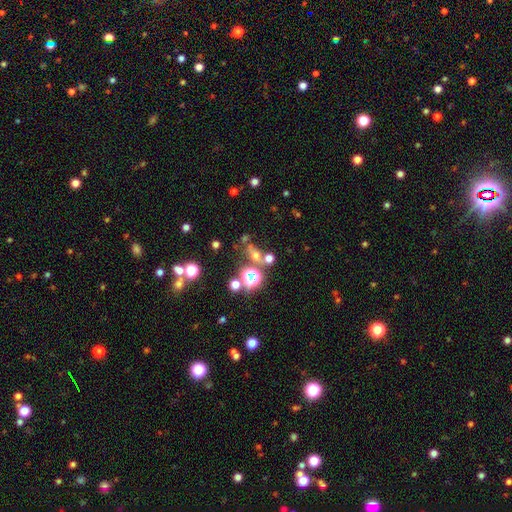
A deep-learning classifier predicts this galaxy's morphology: A smooth galaxy with no disk features (43%). Merging: none (57%).